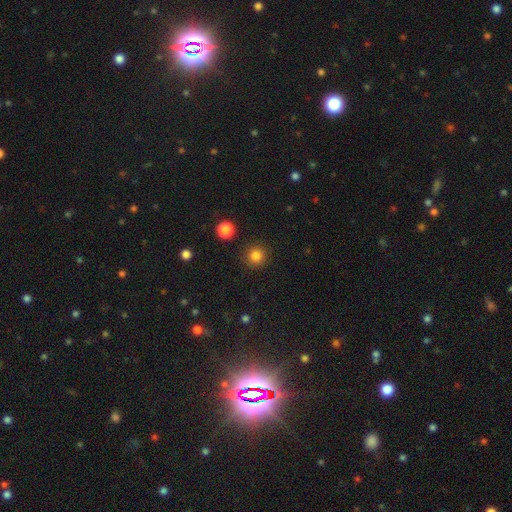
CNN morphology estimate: This appears to be a smooth galaxy with no disk features (82%) that is round (94%). Merging: none (90%).